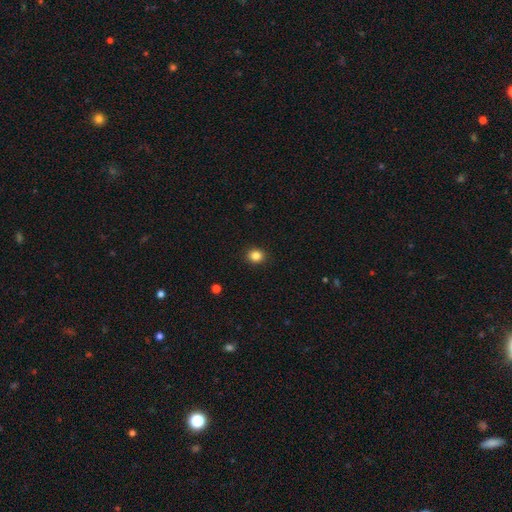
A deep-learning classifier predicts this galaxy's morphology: Smooth or featured?
  - smooth: 85% *
  - star or artifact: 11%
  - featured or disk: 4%
How rounded?
  - round: 76% *
  - in between: 24%
  - cigar-shaped: 1%
Merging?
  - none: 91% *
  - minor disturbance: 6%
  - major disturbance: 2%
  - merger: 1%